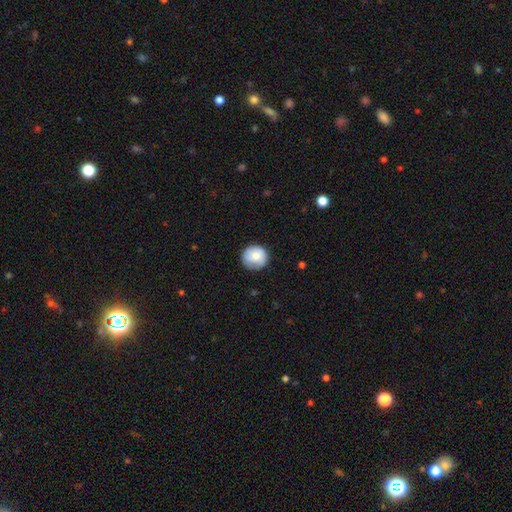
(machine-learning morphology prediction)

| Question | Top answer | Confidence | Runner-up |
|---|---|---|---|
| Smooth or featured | smooth | 80% | featured or disk (13%) |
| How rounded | round | 92% | in between (7%) |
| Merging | none | 81% | minor disturbance (15%) |